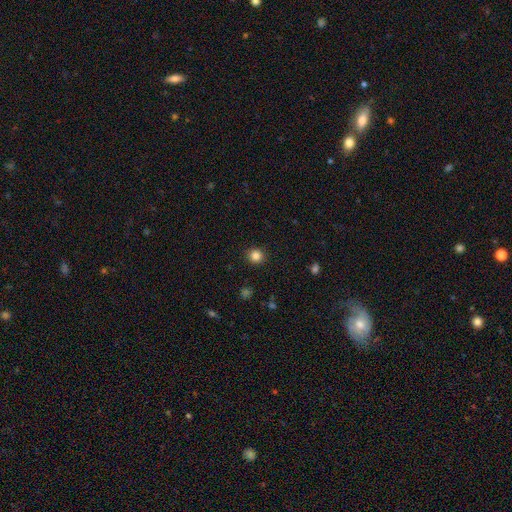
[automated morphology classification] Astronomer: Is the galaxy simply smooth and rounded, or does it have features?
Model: smooth — 84%.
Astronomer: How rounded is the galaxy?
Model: round — 92%.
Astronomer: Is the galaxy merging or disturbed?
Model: none — 92%.